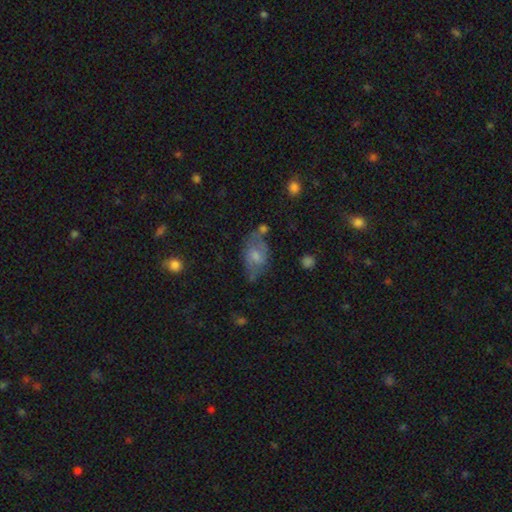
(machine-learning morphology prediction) A smooth galaxy with no disk features (53%) that is in between round and cigar-shaped (86%).

Vote fractions:
- Smooth or featured? smooth: 53% / featured or disk: 38% / star or artifact: 9%
- How rounded? in between: 86% / round: 12% / cigar-shaped: 2%
- Merging? none: 50% / minor disturbance: 28% / major disturbance: 13% / merger: 9%